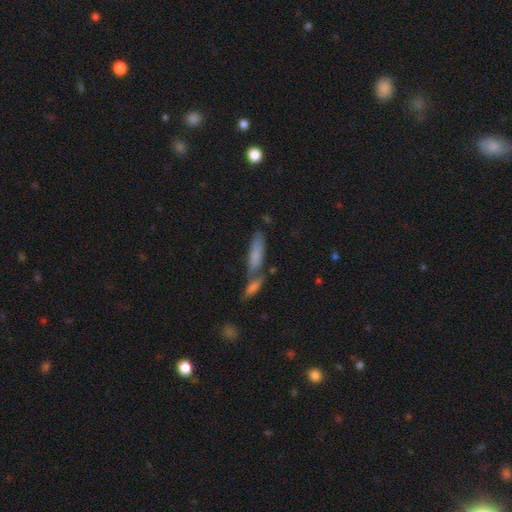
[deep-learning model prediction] Smooth or featured? Predicted: smooth (p=0.70). How rounded? Predicted: cigar-shaped (p=0.56). Merging? Predicted: merger (p=0.47).